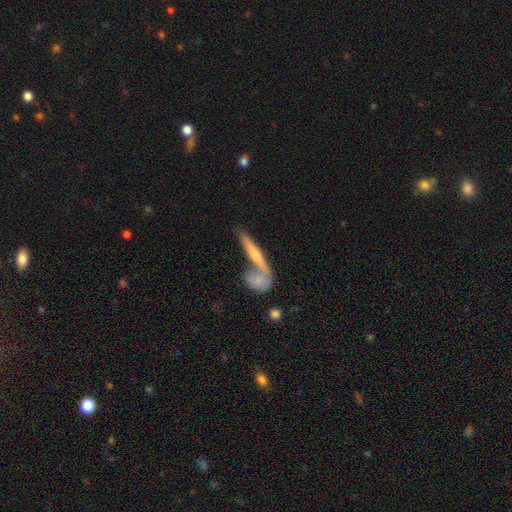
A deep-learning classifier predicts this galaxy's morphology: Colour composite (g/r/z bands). It shows a smooth galaxy with no disk features (50%) that is cigar-shaped (79%). Merging: merger (44%).